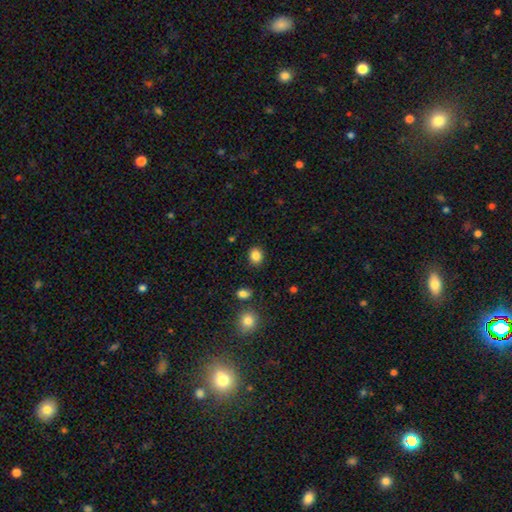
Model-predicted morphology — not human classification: Smooth or featured?
  - smooth: 85% *
  - star or artifact: 10%
  - featured or disk: 5%
How rounded?
  - round: 69% *
  - in between: 30%
  - cigar-shaped: 1%
Merging?
  - none: 88% *
  - minor disturbance: 8%
  - major disturbance: 2%
  - merger: 2%